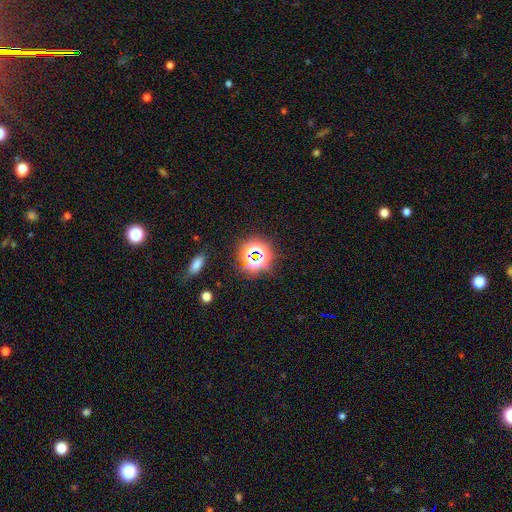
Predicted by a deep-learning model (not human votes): Q: Smooth or featured?
A: star or artifact (68%); runner-up: smooth (24%)